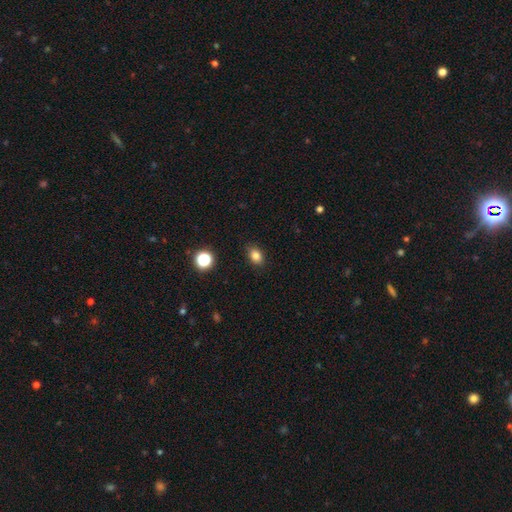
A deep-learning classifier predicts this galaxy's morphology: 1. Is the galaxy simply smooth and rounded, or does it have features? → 82% smooth, 12% star or artifact, 6% featured or disk.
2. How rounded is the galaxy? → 69% in between, 29% round, 1% cigar-shaped.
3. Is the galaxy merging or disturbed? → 87% none, 10% minor disturbance, 2% major disturbance, 1% merger.